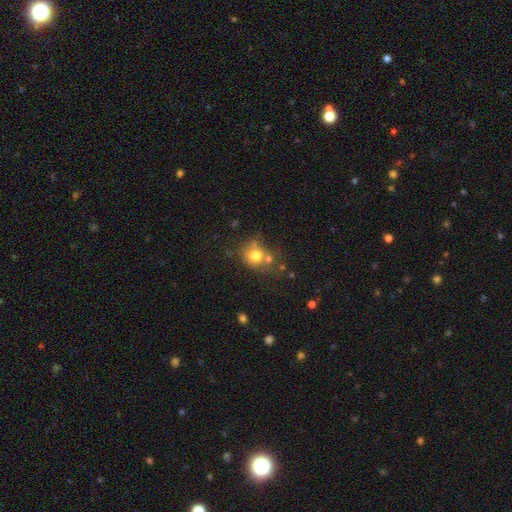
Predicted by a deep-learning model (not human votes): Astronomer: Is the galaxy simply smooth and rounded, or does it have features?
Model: smooth — 75%.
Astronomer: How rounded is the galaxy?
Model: round — 79%.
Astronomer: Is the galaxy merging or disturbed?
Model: none — 51%.